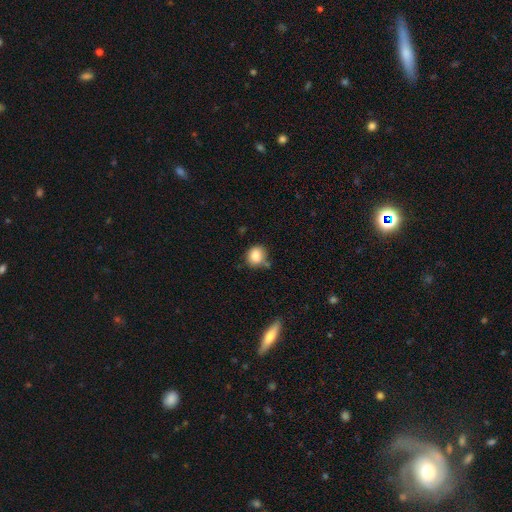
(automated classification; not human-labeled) Smooth or featured?
  - smooth: 84% *
  - star or artifact: 9%
  - featured or disk: 6%
How rounded?
  - round: 78% *
  - in between: 21%
  - cigar-shaped: 1%
Merging?
  - none: 70% *
  - minor disturbance: 18%
  - merger: 9%
  - major disturbance: 4%